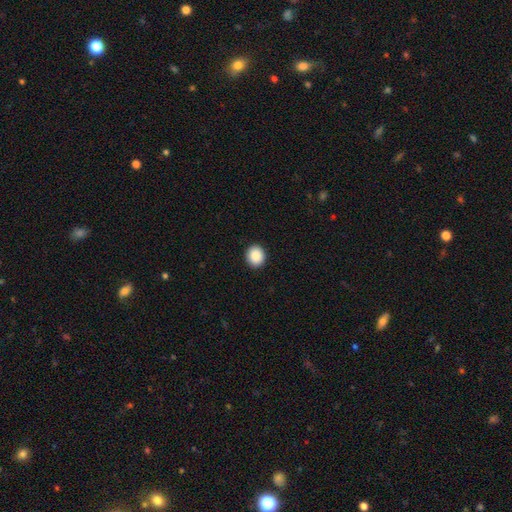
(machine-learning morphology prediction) Q: Smooth or featured?
A: smooth (89%); runner-up: star or artifact (8%)
Q: How rounded?
A: round (79%); runner-up: in between (20%)
Q: Merging?
A: none (93%); runner-up: minor disturbance (5%)